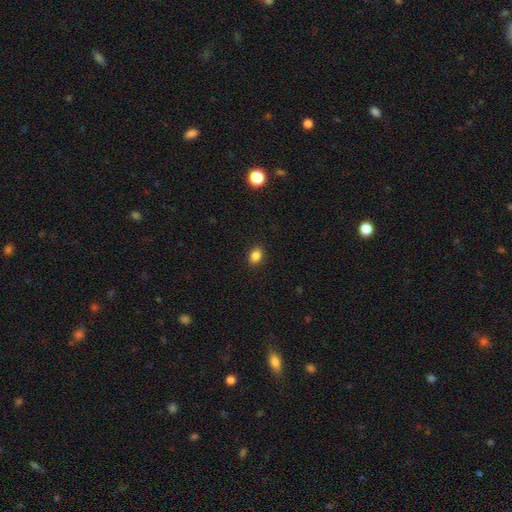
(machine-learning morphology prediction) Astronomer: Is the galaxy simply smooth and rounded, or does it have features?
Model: smooth — 85%.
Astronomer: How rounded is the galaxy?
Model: in between — 69%.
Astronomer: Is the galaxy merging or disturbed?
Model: none — 90%.